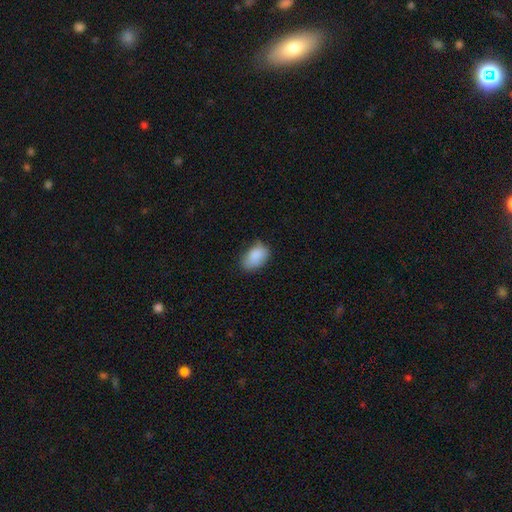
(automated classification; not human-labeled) Smooth or featured? Predicted: smooth (p=0.87). How rounded? Predicted: in between (p=0.90). Merging? Predicted: none (p=0.66).